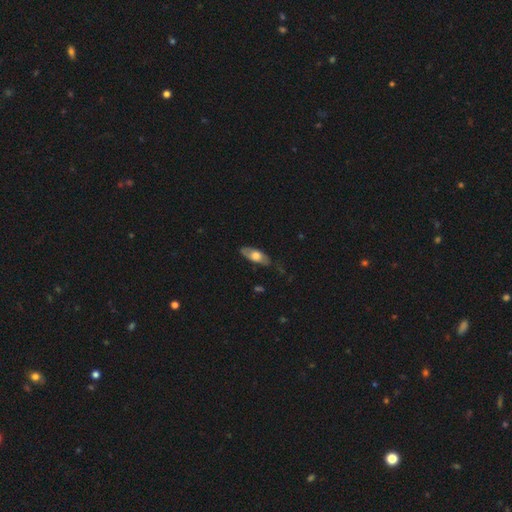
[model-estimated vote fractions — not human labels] A smooth galaxy with no disk features (53%) that is in between round and cigar-shaped (77%). Merging: none (76%).